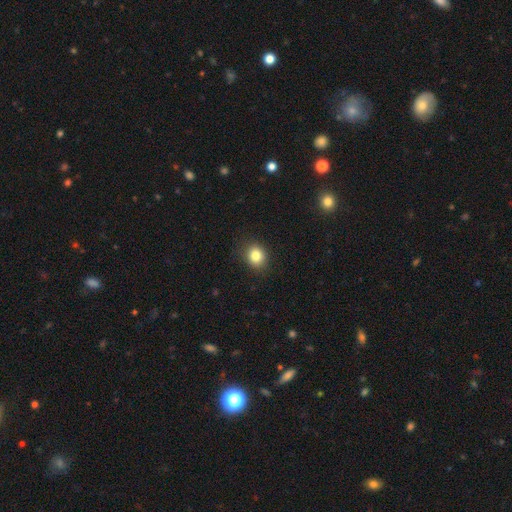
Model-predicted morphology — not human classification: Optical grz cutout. It shows a smooth galaxy with no disk features (84%) that is round (63%). Merging: none (86%).